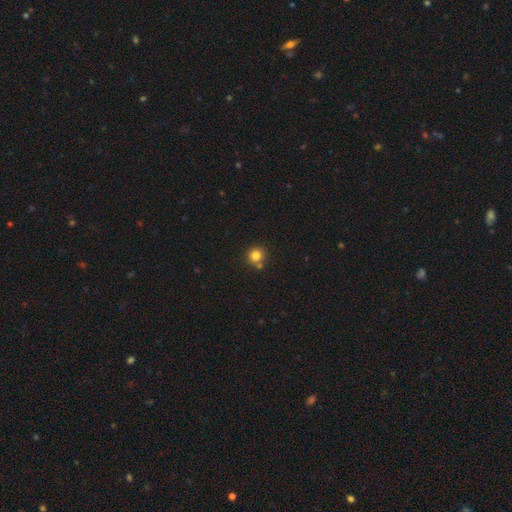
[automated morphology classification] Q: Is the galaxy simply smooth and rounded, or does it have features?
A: smooth — 82%.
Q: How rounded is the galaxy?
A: round — 93%.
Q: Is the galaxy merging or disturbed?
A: none — 75%.